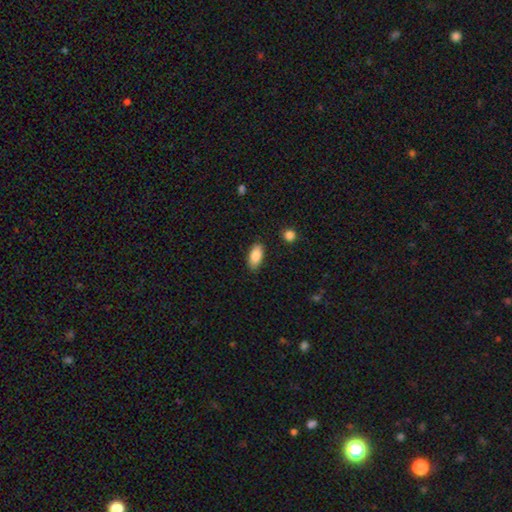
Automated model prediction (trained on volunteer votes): A smooth galaxy with no disk features (86%) that is in between round and cigar-shaped (89%).

Vote fractions:
- Smooth or featured? smooth: 86% / featured or disk: 7% / star or artifact: 7%
- How rounded? in between: 89% / cigar-shaped: 8% / round: 3%
- Merging? none: 85% / minor disturbance: 11% / major disturbance: 2% / merger: 2%